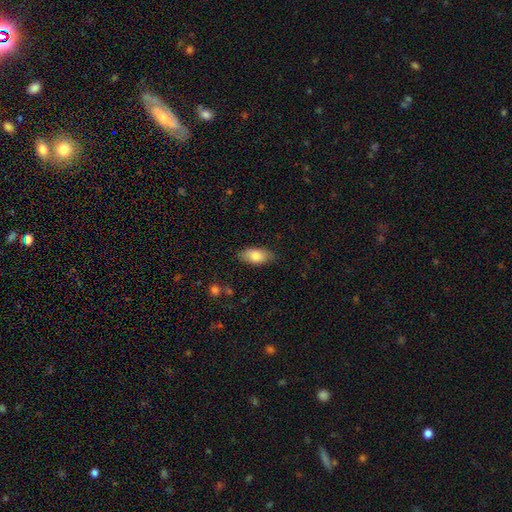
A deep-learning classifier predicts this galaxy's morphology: Smooth or featured? smooth (83%)
How rounded? in between (92%)
Merging? none (83%)